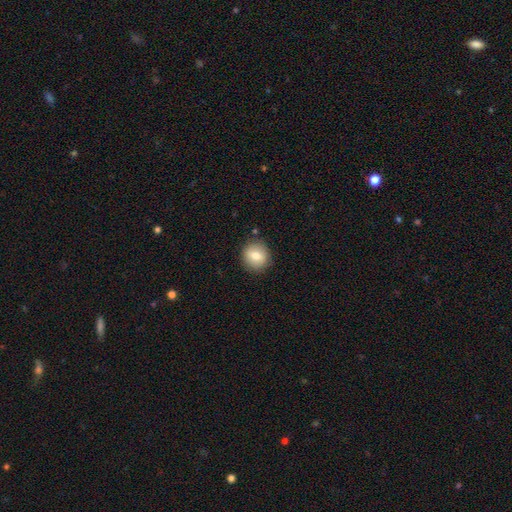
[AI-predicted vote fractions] Smooth or featured? smooth (77%)
How rounded? round (82%)
Merging? none (87%)